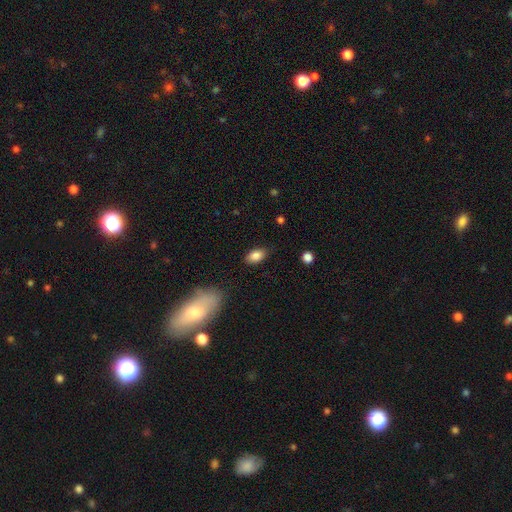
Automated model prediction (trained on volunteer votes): This appears to be a smooth galaxy with no disk features (85%) that is in between round and cigar-shaped (90%). Merging: none (84%).